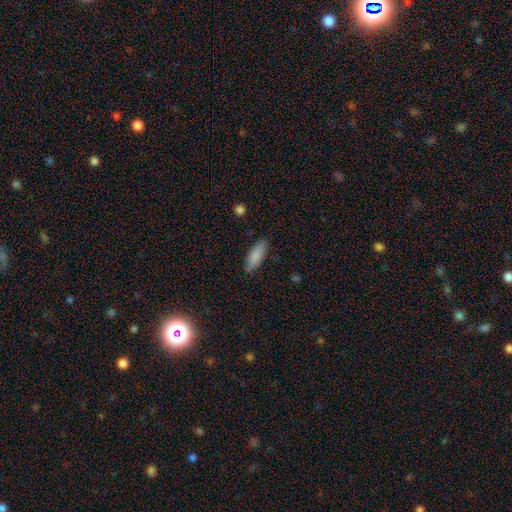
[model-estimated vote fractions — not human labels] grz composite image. It shows a smooth galaxy with no disk features (86%) that is in between round and cigar-shaped (69%). Merging: none (83%).